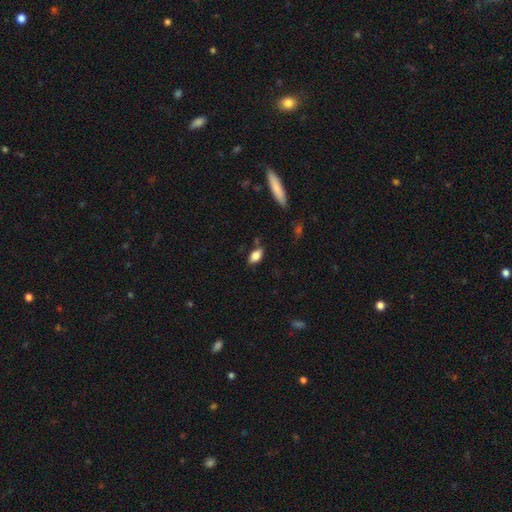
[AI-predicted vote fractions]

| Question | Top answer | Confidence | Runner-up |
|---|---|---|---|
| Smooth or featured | smooth | 81% | featured or disk (10%) |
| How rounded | in between | 88% | cigar-shaped (6%) |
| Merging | none | 77% | minor disturbance (16%) |